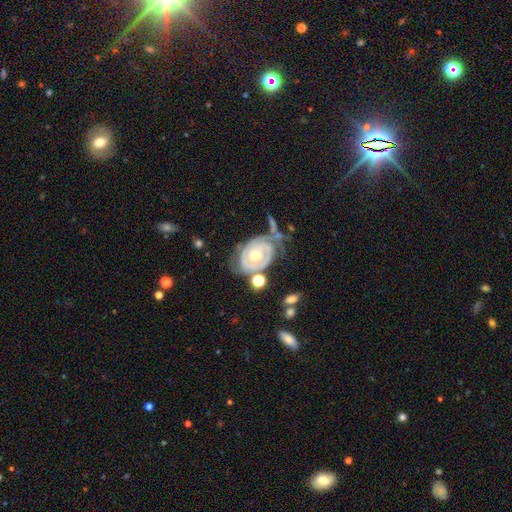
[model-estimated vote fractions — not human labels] Smooth or featured?
  - featured or disk: 84% *
  - smooth: 10%
  - star or artifact: 5%
Edge-on disk?
  - no: 97% *
  - yes: 3%
Bar?
  - no: 74% *
  - weak: 20%
  - strong: 6%
Spiral arms?
  - yes: 87% *
  - no: 13%
Spiral winding?
  - tight: 75% *
  - medium: 19%
  - loose: 6%
Spiral arm count?
  - 2: 47% *
  - can't tell: 30%
  - 3: 10%
  - 1: 7%
  - 4: 3%
  - more than 4: 3%
Bulge size?
  - moderate: 64% *
  - small: 31%
  - large: 3%
  - none: 1%
  - dominant: 1%
Merging?
  - none: 48% *
  - minor disturbance: 25%
  - major disturbance: 17%
  - merger: 10%